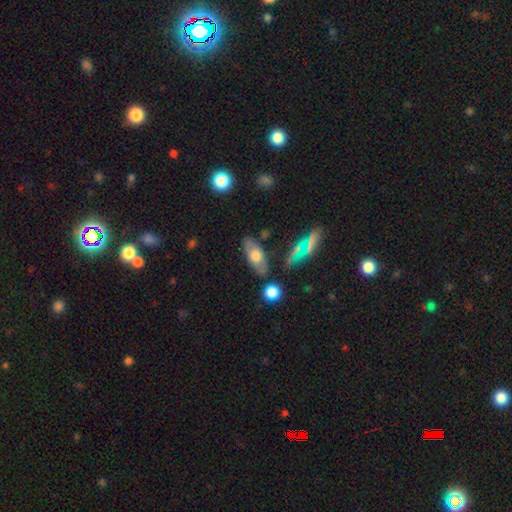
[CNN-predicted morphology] Smooth or featured? Predicted: smooth (p=0.59). How rounded? Predicted: in between (p=0.83). Merging? Predicted: none (p=0.79).